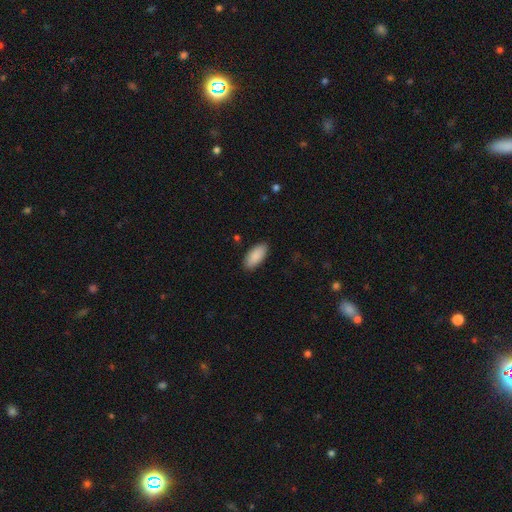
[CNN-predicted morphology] Smooth or featured? Predicted: smooth (p=0.90). How rounded? Predicted: in between (p=0.90). Merging? Predicted: none (p=0.88).